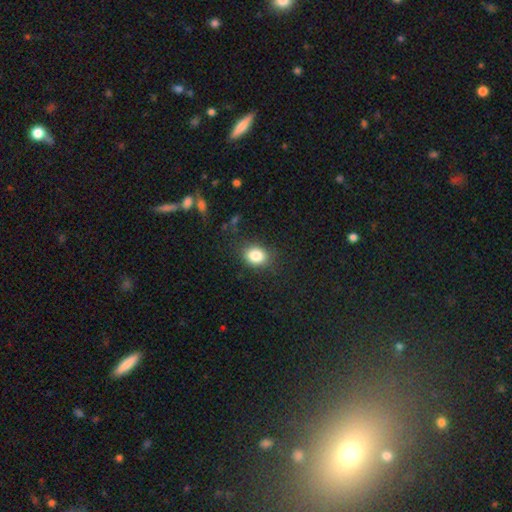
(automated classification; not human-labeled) smooth-or-featured: smooth: 84% | star or artifact: 10% | featured or disk: 6%
  how-rounded: in between: 51% | round: 48% | cigar-shaped: 1%
  merging: none: 81% | minor disturbance: 13% | major disturbance: 4% | merger: 1%